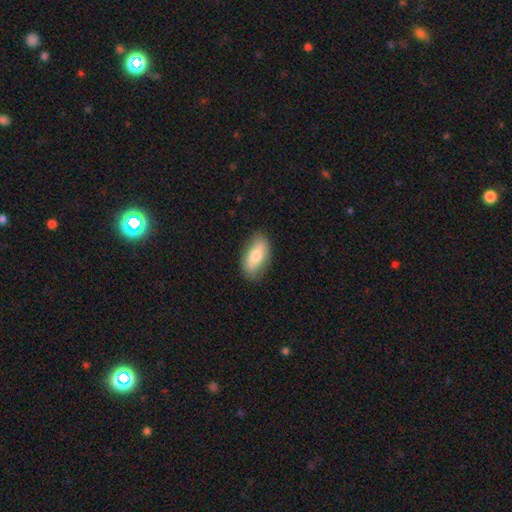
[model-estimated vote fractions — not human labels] smooth-or-featured: smooth: 74% | featured or disk: 19% | star or artifact: 6%
  how-rounded: in between: 90% | cigar-shaped: 6% | round: 4%
  merging: none: 82% | minor disturbance: 13% | major disturbance: 3% | merger: 1%